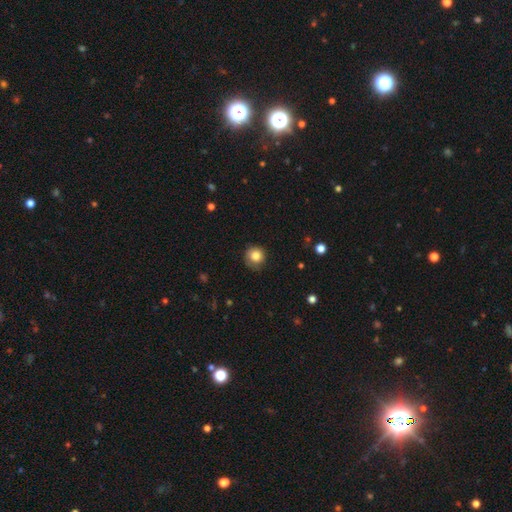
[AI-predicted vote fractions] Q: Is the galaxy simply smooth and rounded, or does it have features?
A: smooth — 83%.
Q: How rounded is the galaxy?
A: round — 91%.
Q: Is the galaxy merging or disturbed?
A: none — 76%.